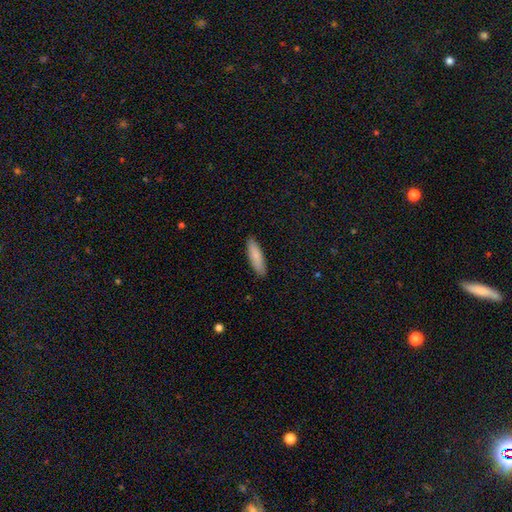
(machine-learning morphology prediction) A smooth galaxy with no disk features (84%) that is cigar-shaped (61%).

Vote fractions:
- Smooth or featured? smooth: 84% / featured or disk: 10% / star or artifact: 6%
- How rounded? cigar-shaped: 61% / in between: 37% / round: 1%
- Merging? none: 88% / minor disturbance: 9% / major disturbance: 2% / merger: 1%